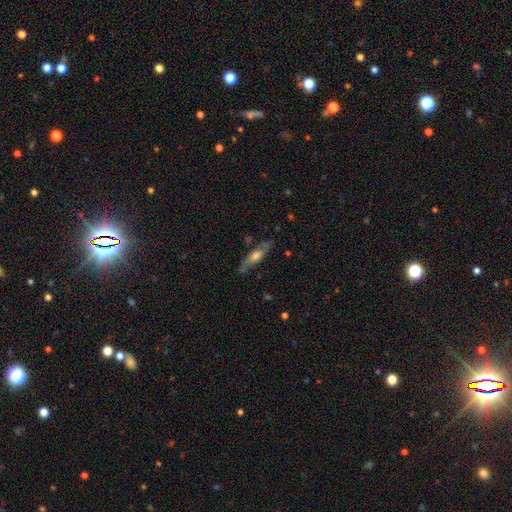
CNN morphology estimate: smooth-or-featured: featured or disk: 56% | smooth: 37% | star or artifact: 7%
  disk-edge-on: yes: 57% | no: 43%
  merging: none: 74% | minor disturbance: 18% | major disturbance: 5% | merger: 2%